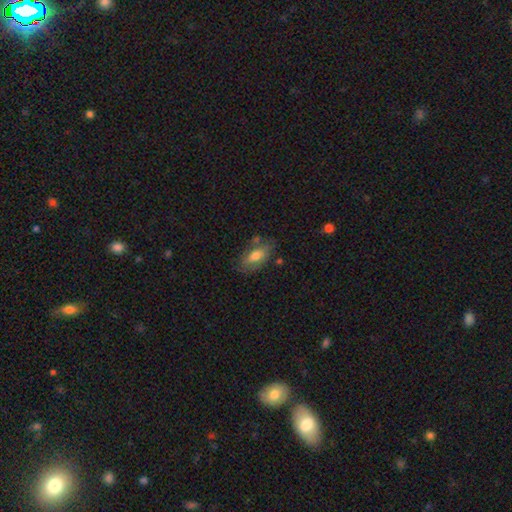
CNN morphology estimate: Smooth or featured: smooth — 64% (featured or disk — 28%)
How rounded: in between — 84% (cigar-shaped — 11%)
Merging: none — 67% (minor disturbance — 21%)